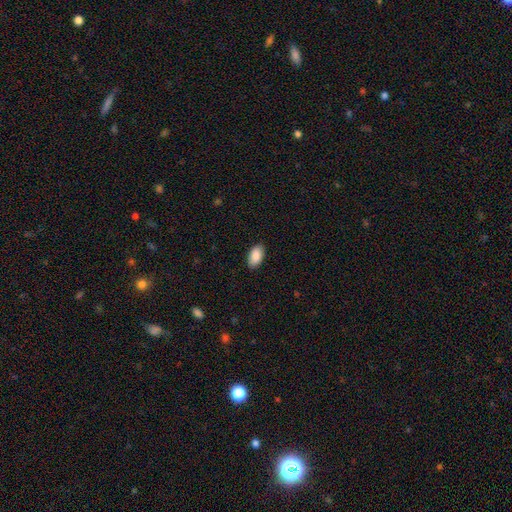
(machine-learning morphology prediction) A smooth galaxy with no disk features (89%) that is in between round and cigar-shaped (95%).

Vote fractions:
- Smooth or featured? smooth: 89% / star or artifact: 6% / featured or disk: 4%
- How rounded? in between: 95% / round: 3% / cigar-shaped: 2%
- Merging? none: 89% / minor disturbance: 8% / major disturbance: 2% / merger: 1%